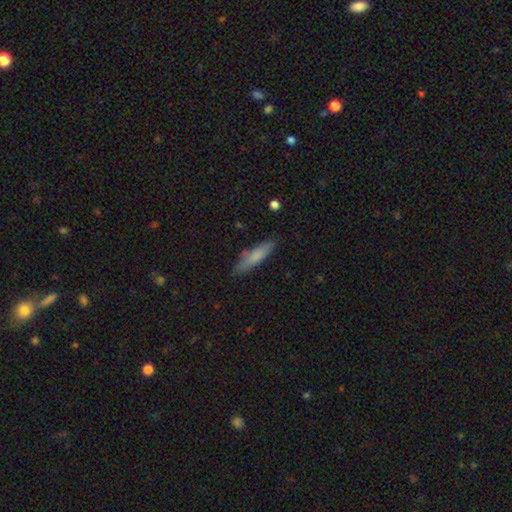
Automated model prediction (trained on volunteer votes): This appears to be a smooth galaxy with no disk features (77%) that is cigar-shaped (75%). Merging: none (80%).